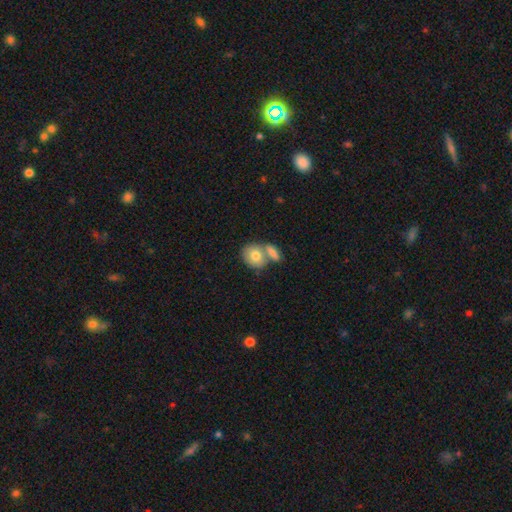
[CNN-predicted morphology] This is likely a smooth galaxy (76%). How rounded: possibly round (54%). Merging: possibly merger (46%).